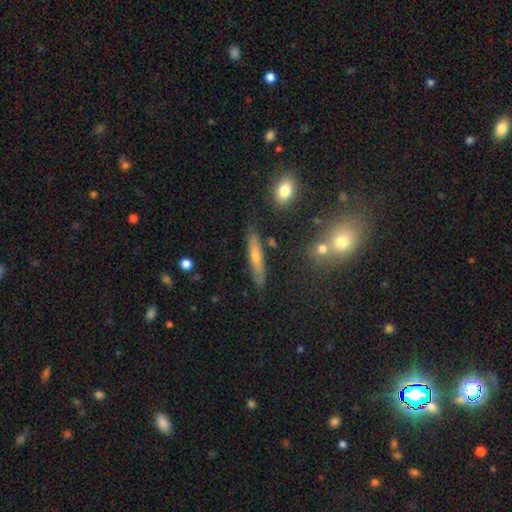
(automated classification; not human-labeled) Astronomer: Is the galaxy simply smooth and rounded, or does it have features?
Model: smooth — 49% (runner-up: featured or disk, 42%).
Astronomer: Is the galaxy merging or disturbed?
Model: none — 80%.